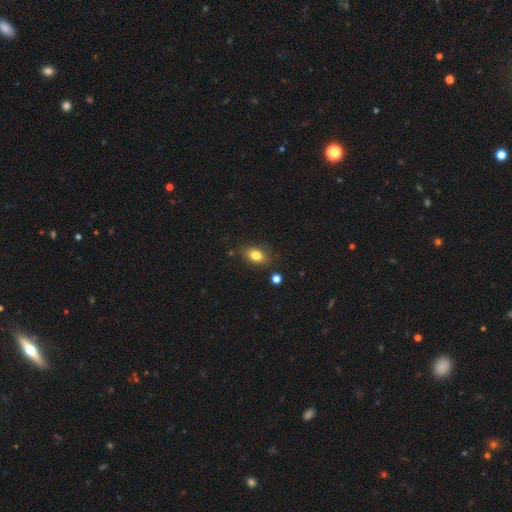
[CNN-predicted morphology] Overall: smooth (82%). How rounded: in between (82%). Merging: none (82%).